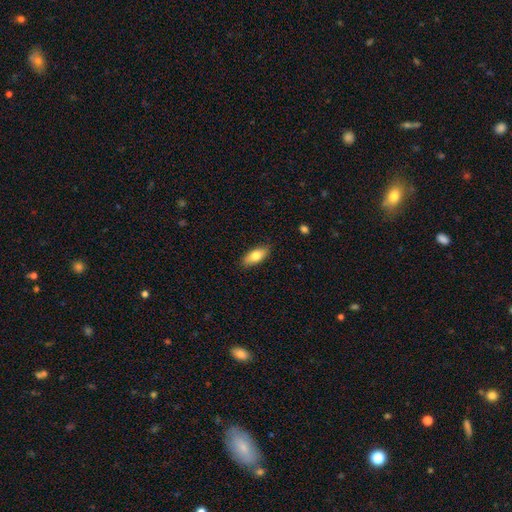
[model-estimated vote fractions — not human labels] A smooth galaxy with no disk features (77%) that is in between round and cigar-shaped (83%). Merging: none (86%).